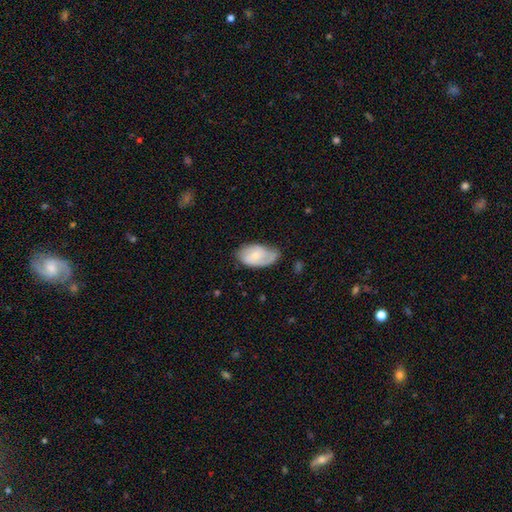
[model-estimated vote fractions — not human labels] A smooth galaxy with no disk features (52%) that is in between round and cigar-shaped (93%). Merging: none (54%).